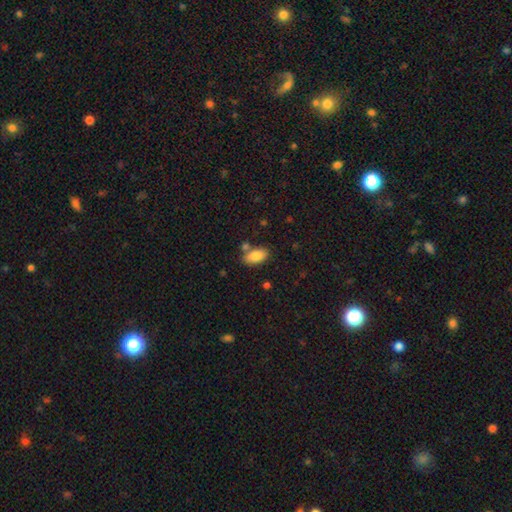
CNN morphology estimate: Smooth or featured? Predicted: smooth (p=0.85). How rounded? Predicted: in between (p=0.92). Merging? Predicted: none (p=0.70).